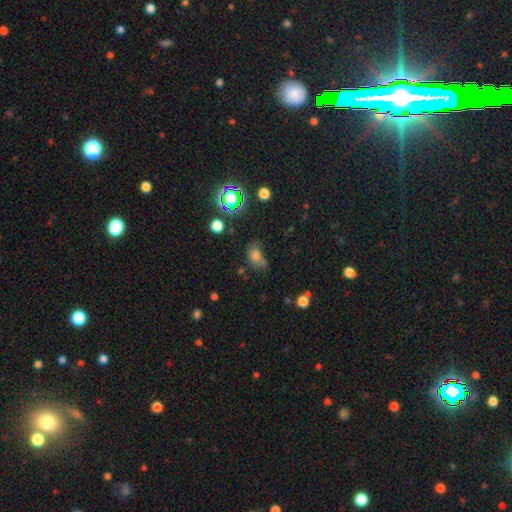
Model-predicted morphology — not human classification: smooth 65%, star or artifact 22%, featured or disk 12%. Down the decision tree: how rounded — in between (64%); merging — none (41%).